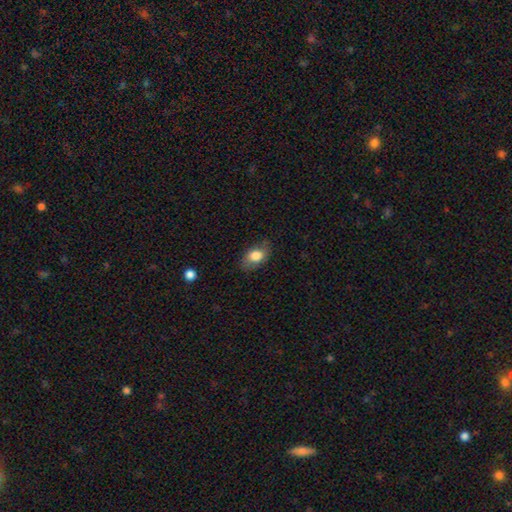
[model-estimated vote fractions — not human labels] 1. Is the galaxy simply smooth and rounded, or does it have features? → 79% smooth, 14% featured or disk, 7% star or artifact.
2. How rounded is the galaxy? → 83% in between, 15% round, 2% cigar-shaped.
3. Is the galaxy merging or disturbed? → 75% none, 19% minor disturbance, 5% major disturbance, 1% merger.